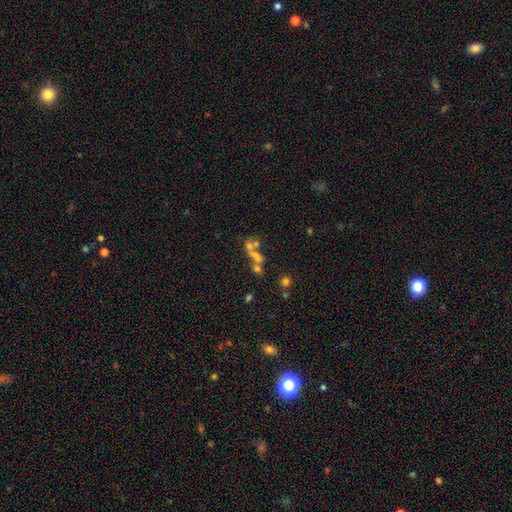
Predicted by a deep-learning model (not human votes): Smooth or featured? smooth (35%)
Merging? merger (45%)